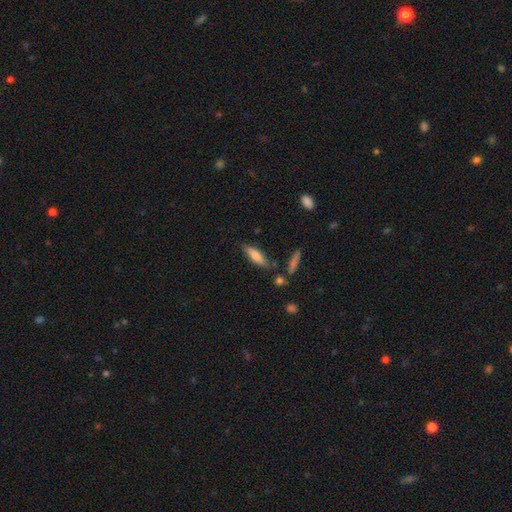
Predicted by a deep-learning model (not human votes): Smooth or featured? smooth (73%)
How rounded? cigar-shaped (57%)
Merging? none (73%)